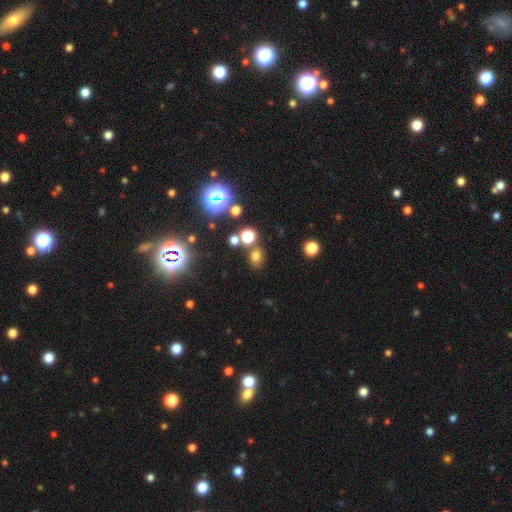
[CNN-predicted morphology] smooth-or-featured: smooth: 66% | star or artifact: 27% | featured or disk: 7%
  how-rounded: round: 57% | in between: 41% | cigar-shaped: 1%
  merging: none: 76% | minor disturbance: 10% | merger: 10% | major disturbance: 4%